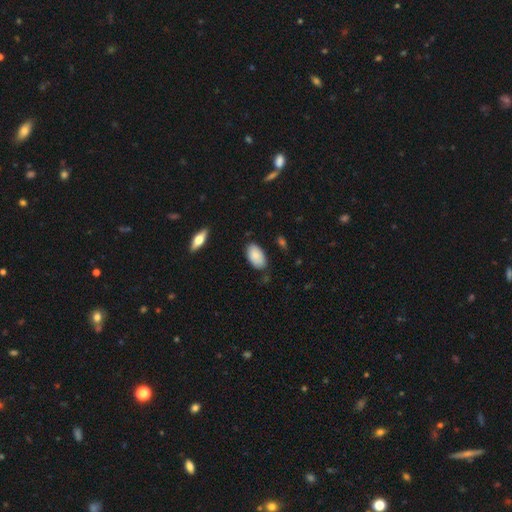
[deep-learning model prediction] This is clearly a smooth galaxy (84%). How rounded: clearly in between (95%). Merging: clearly none (80%).